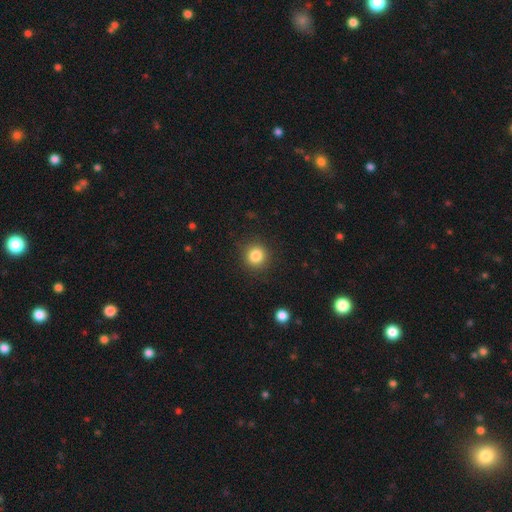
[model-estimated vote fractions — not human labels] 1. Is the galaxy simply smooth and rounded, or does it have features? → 84% smooth, 11% star or artifact, 5% featured or disk.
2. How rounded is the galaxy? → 91% round, 8% in between, 1% cigar-shaped.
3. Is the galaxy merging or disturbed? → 89% none, 7% minor disturbance, 2% major disturbance, 1% merger.